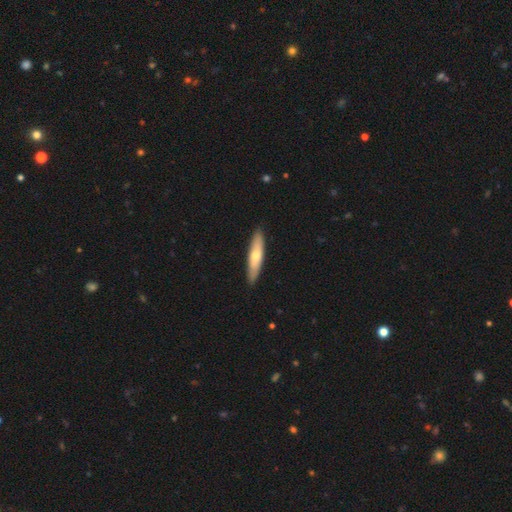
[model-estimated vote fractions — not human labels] Smooth or featured: smooth — 59% (featured or disk — 36%)
How rounded: cigar-shaped — 80% (in between — 19%)
Merging: none — 90% (minor disturbance — 8%)